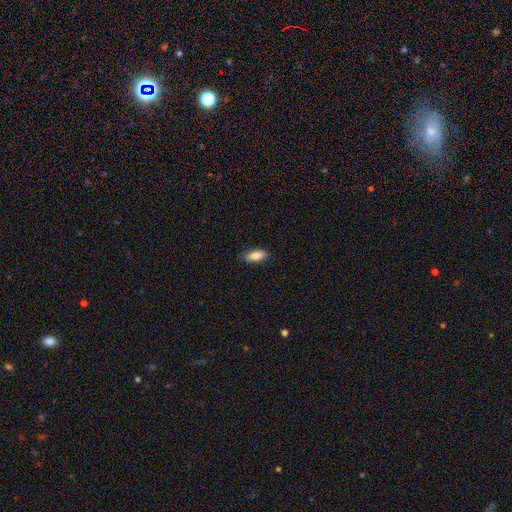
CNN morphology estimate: type=smooth (84%); roundness=in between (77%); merging=none (87%).